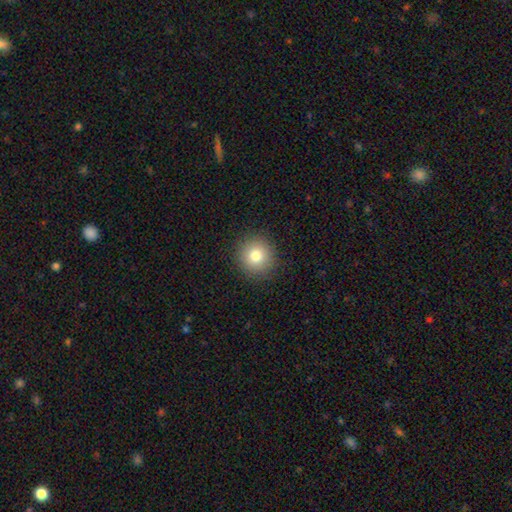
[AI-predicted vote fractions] Q: Smooth or featured?
A: smooth (80%); runner-up: star or artifact (11%)
Q: How rounded?
A: round (93%); runner-up: in between (6%)
Q: Merging?
A: none (91%); runner-up: minor disturbance (6%)